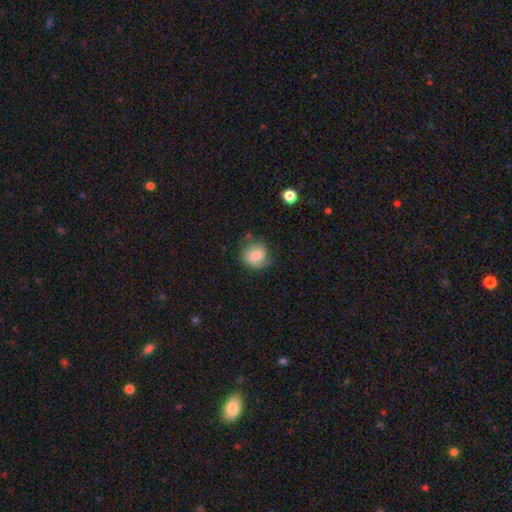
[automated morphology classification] Smooth or featured: smooth — 75% (featured or disk — 16%)
How rounded: round — 76% (in between — 23%)
Merging: none — 60% (minor disturbance — 28%)